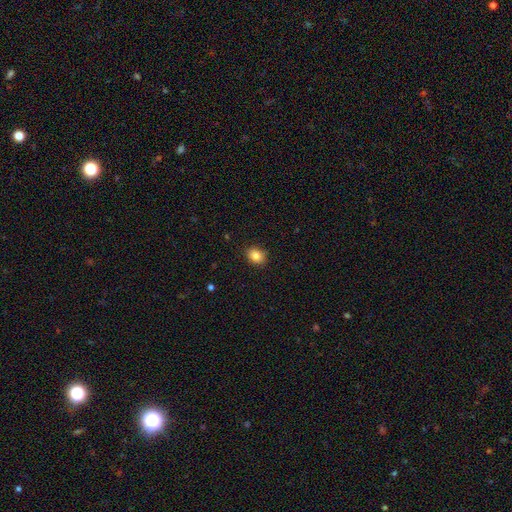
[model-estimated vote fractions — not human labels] smooth_or_featured: smooth (p=0.85) [alt: star or artifact p=0.10]
how_rounded: in between (p=0.53) [alt: round p=0.46]
merging: none (p=0.89) [alt: minor disturbance p=0.08]